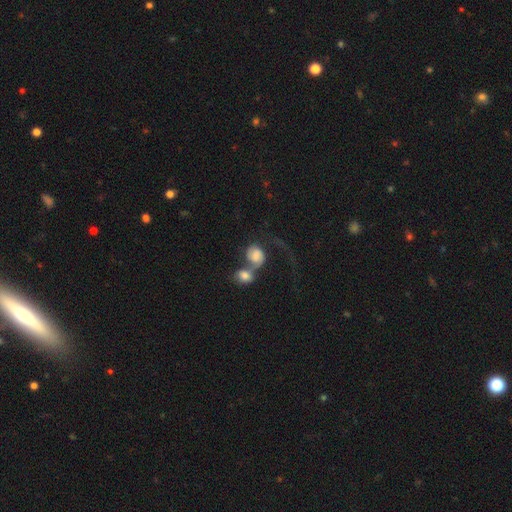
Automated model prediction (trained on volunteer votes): A smooth galaxy with no disk features (55%) that is round (56%). Merging: merger (69%).